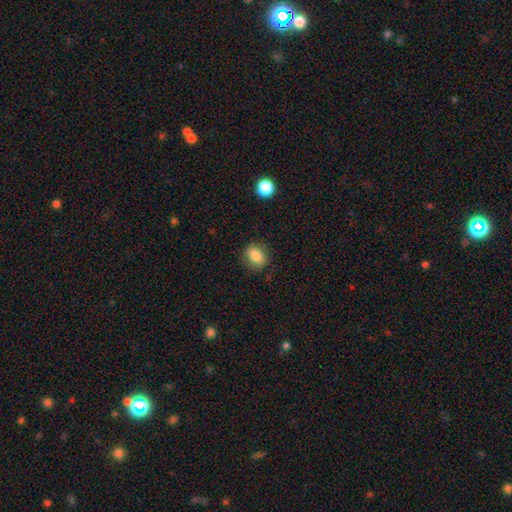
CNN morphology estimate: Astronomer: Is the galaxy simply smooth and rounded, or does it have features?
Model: smooth — 82%.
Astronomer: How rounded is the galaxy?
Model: in between — 52% (runner-up: round, 47%).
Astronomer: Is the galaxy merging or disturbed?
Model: none — 83%.